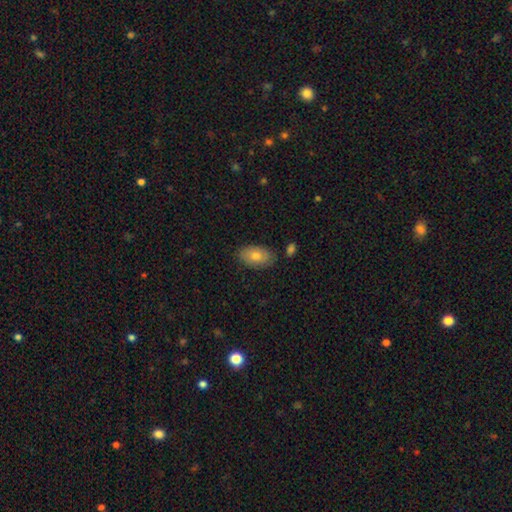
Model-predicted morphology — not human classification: A smooth galaxy with no disk features (74%) that is in between round and cigar-shaped (92%). Merging: none (83%).